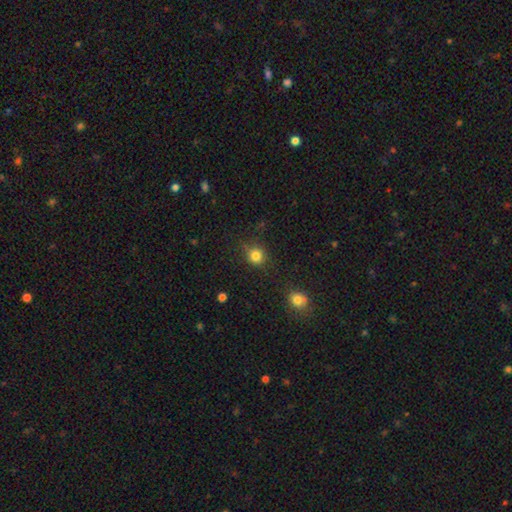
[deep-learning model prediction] Morphology: type=smooth (82%); roundness=round (87%); merging=none (80%).